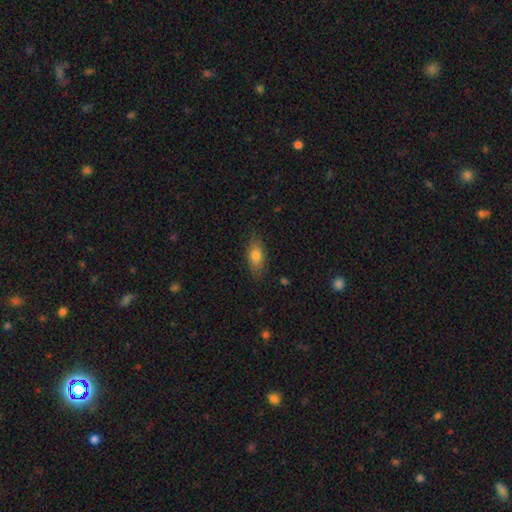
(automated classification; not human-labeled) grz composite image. It shows a smooth galaxy with no disk features (78%) that is in between round and cigar-shaped (83%). Merging: none (82%).